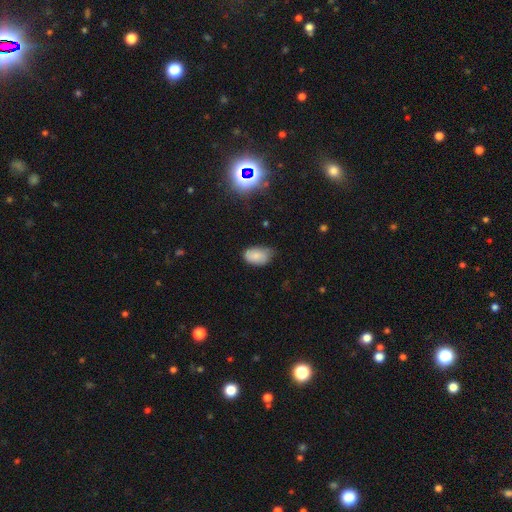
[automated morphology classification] Smooth or featured? smooth (80%)
How rounded? in between (91%)
Merging? none (59%)